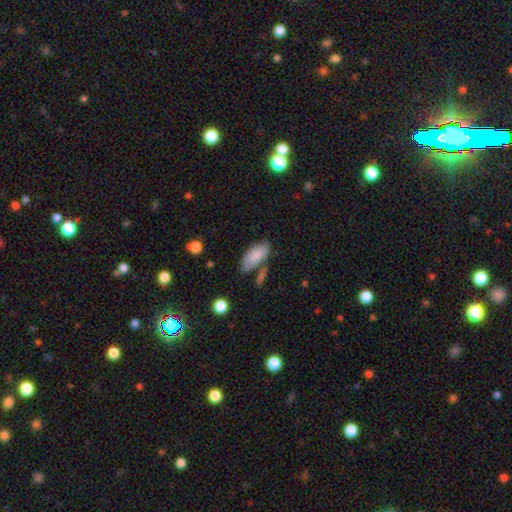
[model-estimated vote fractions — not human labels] smooth_or_featured: smooth (p=0.84) [alt: featured or disk p=0.09]
how_rounded: in between (p=0.90) [alt: cigar-shaped p=0.08]
merging: none (p=0.64) [alt: minor disturbance p=0.19]